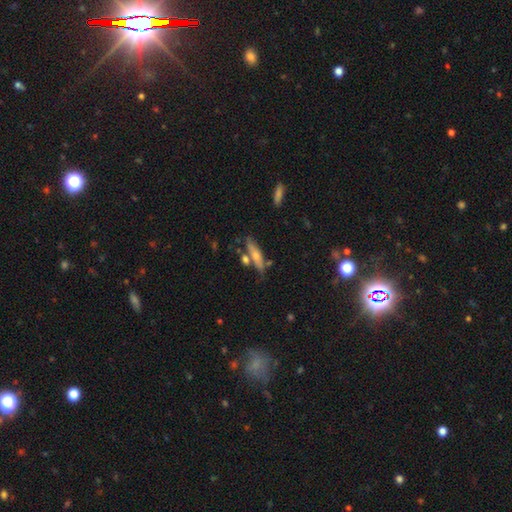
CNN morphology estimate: A smooth galaxy with no disk features (46%). Merging: none (68%).